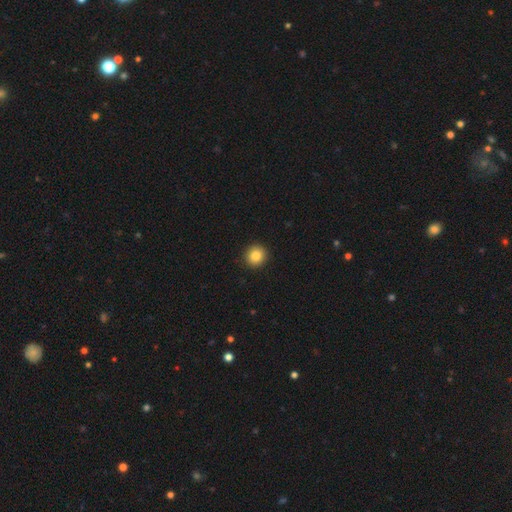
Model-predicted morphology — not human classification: The model was most divided on "smooth or featured": smooth: 86%, star or artifact: 10%, featured or disk: 5%. More confident: merging — none (93%); how rounded — round (91%).